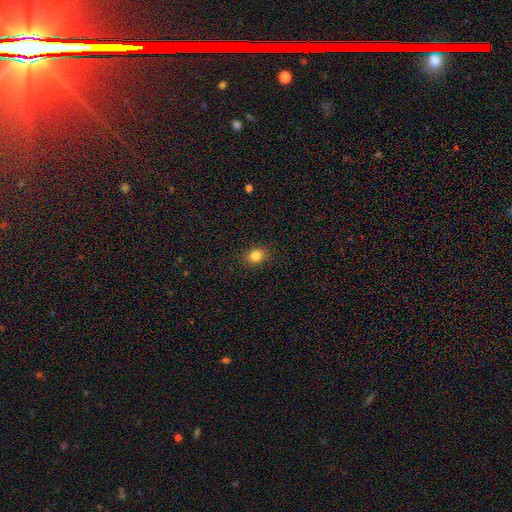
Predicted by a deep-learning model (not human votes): smooth-or-featured: smooth: 84% | star or artifact: 11% | featured or disk: 5%
  how-rounded: round: 56% | in between: 43% | cigar-shaped: 1%
  merging: none: 87% | minor disturbance: 9% | major disturbance: 3% | merger: 1%